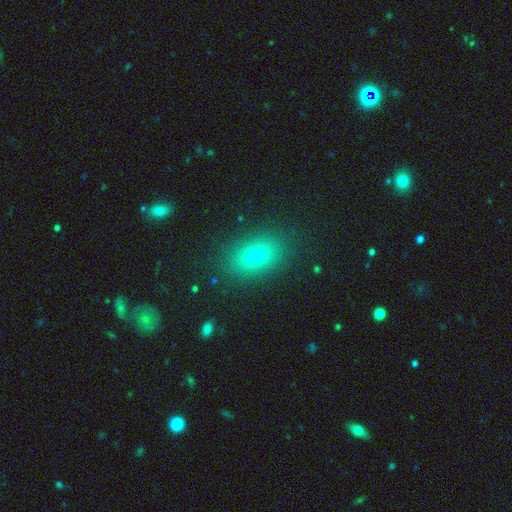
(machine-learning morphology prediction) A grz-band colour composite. It shows a smooth galaxy with no disk features (72%) that is in between round and cigar-shaped (79%). Merging: none (87%).